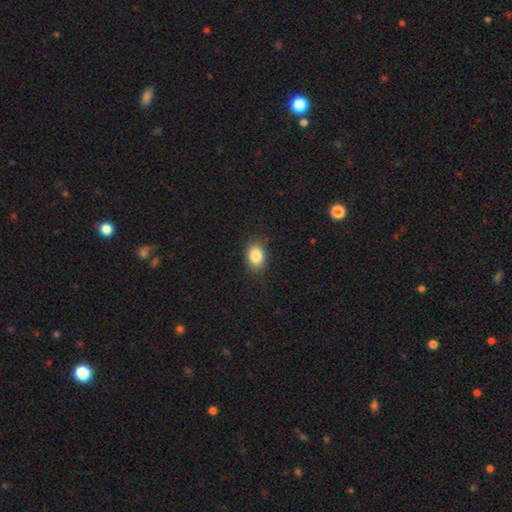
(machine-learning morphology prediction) This is clearly a smooth galaxy (85%). How rounded: likely in between (72%). Merging: clearly none (85%).